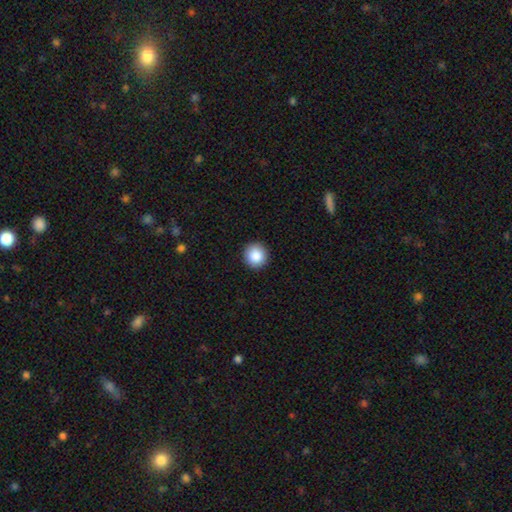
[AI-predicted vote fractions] Smooth or featured: smooth — 87% (star or artifact — 8%)
How rounded: round — 94% (in between — 5%)
Merging: none — 92% (minor disturbance — 5%)